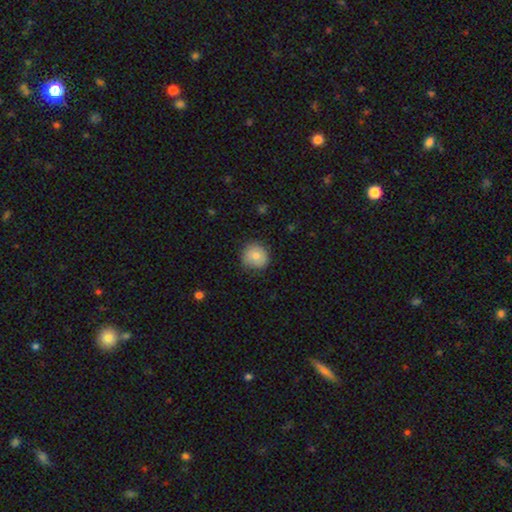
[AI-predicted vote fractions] A smooth galaxy with no disk features (75%) that is round (91%). Merging: none (78%).